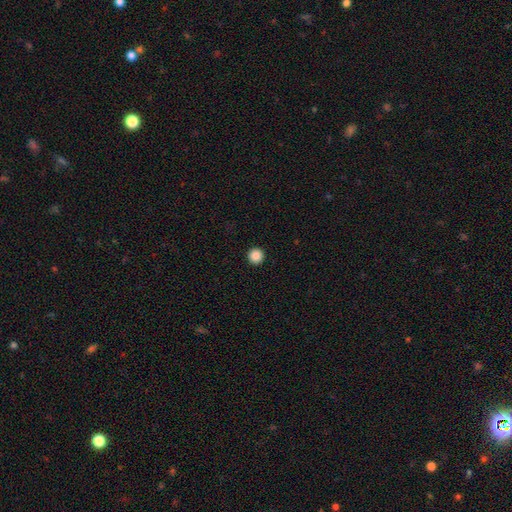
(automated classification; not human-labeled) This appears to be a smooth galaxy with no disk features (88%) that is round (97%). Merging: none (94%).